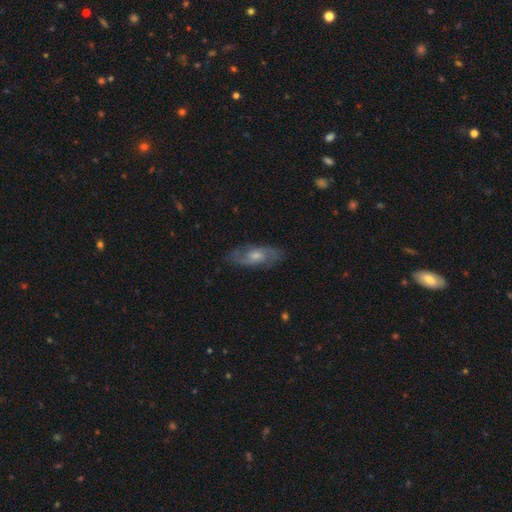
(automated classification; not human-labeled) A featured or disk galaxy (74%) with no bar (57%), 2 (77%) medium (50%) spiral arms (92%) and a moderate central bulge (47%).

Vote fractions:
- Smooth or featured? featured or disk: 74% / smooth: 19% / star or artifact: 7%
- Edge-on disk? no: 90% / yes: 10%
- Bar? no: 57% / weak: 37% / strong: 6%
- Spiral arms? yes: 92% / no: 8%
- Spiral winding? medium: 50% / tight: 28% / loose: 22%
- Spiral arm count? 2: 77% / can't tell: 14% / 3: 4% / 1: 2% / 4: 2% / more than 4: 1%
- Bulge size? moderate: 47% / small: 42% / none: 6% / large: 5% / dominant: 1%
- Merging? none: 79% / minor disturbance: 15% / major disturbance: 5% / merger: 1%